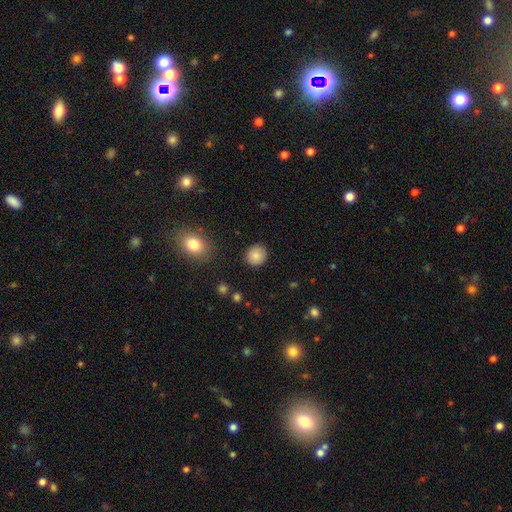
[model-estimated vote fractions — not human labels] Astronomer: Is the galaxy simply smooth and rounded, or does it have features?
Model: smooth — 86%.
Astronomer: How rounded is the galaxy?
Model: round — 85%.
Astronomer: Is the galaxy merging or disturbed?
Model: none — 88%.